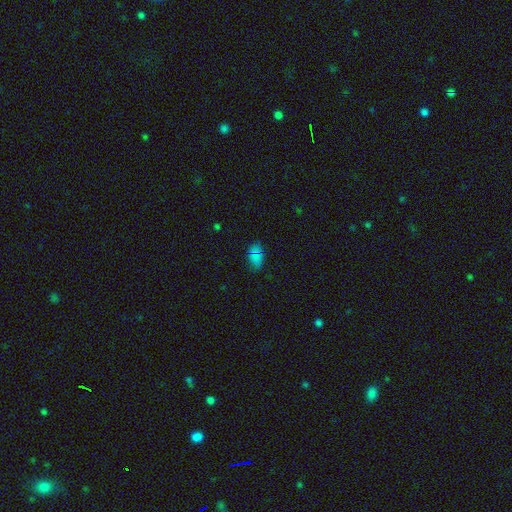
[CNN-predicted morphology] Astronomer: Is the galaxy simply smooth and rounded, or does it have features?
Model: smooth — 73%.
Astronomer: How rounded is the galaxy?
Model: in between — 92%.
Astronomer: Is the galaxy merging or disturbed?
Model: none — 74%.